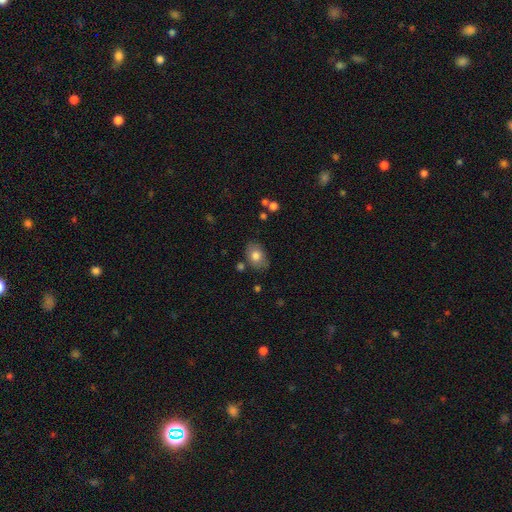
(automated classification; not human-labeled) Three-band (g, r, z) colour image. It shows a smooth galaxy with no disk features (77%) that is in between round and cigar-shaped (78%). Merging: none (77%).